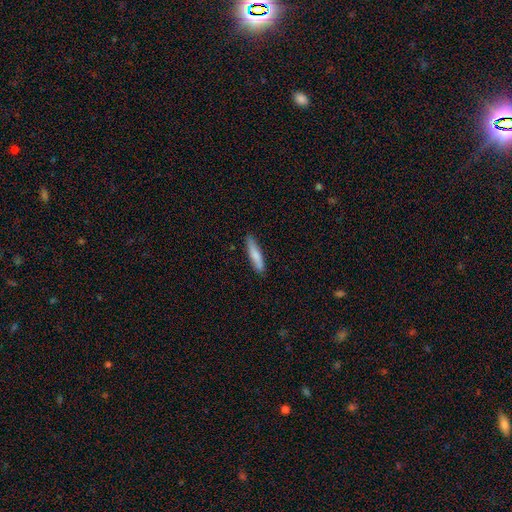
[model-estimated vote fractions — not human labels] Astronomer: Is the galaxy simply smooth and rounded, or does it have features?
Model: smooth — 78%.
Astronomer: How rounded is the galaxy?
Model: cigar-shaped — 83%.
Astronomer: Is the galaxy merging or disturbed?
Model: none — 84%.